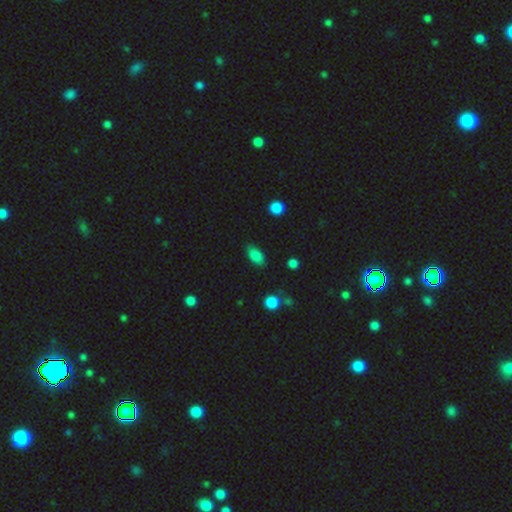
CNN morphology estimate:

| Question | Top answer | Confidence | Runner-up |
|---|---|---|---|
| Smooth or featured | smooth | 85% | star or artifact (9%) |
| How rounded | in between | 89% | round (6%) |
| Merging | none | 80% | minor disturbance (14%) |